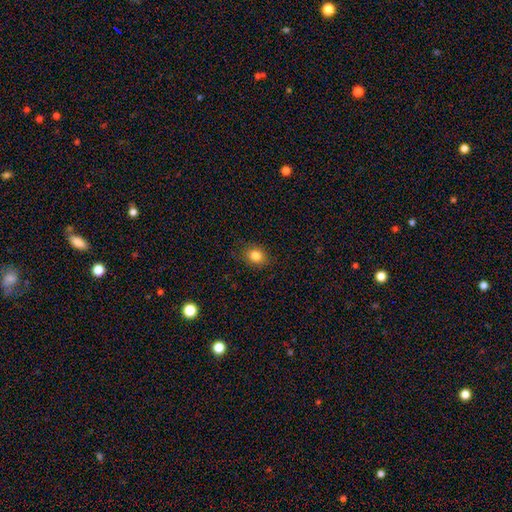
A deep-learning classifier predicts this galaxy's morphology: Smooth or featured? smooth (83%)
How rounded? round (62%)
Merging? none (85%)